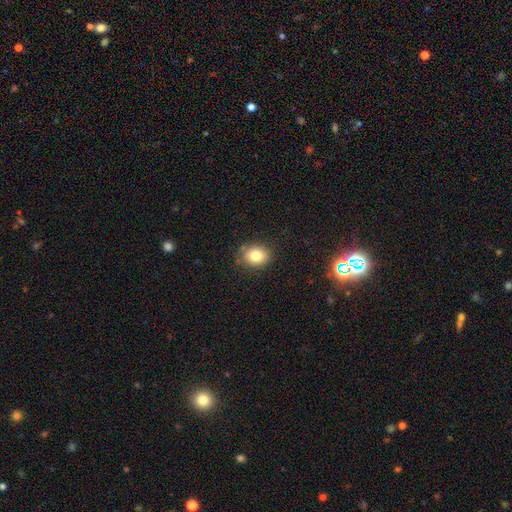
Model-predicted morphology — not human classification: A smooth galaxy with no disk features (81%) that is round (59%). Merging: none (83%).